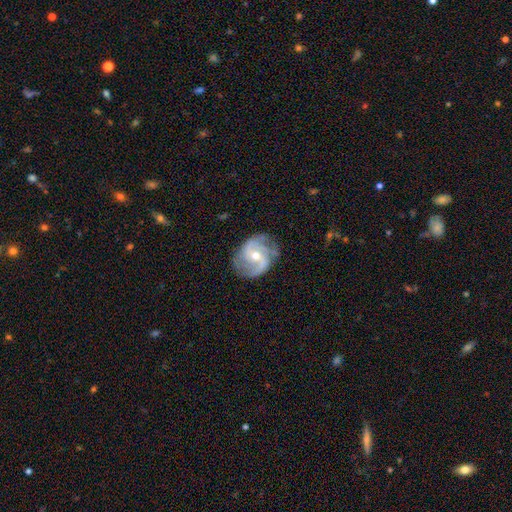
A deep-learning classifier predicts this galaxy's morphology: A featured or disk galaxy (88%) with no bar (47%), 2 (64%) medium (51%) spiral arms (97%) and a moderate central bulge (59%).

Vote fractions:
- Smooth or featured? featured or disk: 88% / smooth: 7% / star or artifact: 5%
- Edge-on disk? no: 98% / yes: 2%
- Bar? no: 47% / weak: 41% / strong: 12%
- Spiral arms? yes: 97% / no: 3%
- Spiral winding? medium: 51% / loose: 25% / tight: 24%
- Spiral arm count? 2: 64% / 3: 17% / can't tell: 9% / 4: 4% / 1: 3% / more than 4: 3%
- Bulge size? moderate: 59% / small: 37% / large: 2% / none: 1% / dominant: 1%
- Merging? none: 74% / minor disturbance: 18% / major disturbance: 7% / merger: 1%